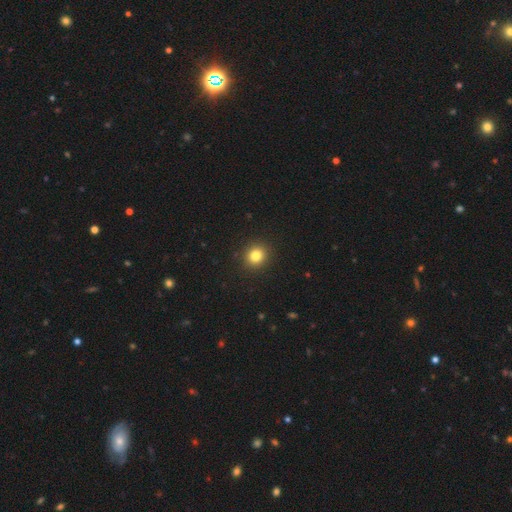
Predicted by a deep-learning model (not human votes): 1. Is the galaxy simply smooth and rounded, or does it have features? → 82% smooth, 12% star or artifact, 6% featured or disk.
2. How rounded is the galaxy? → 89% round, 11% in between, 1% cigar-shaped.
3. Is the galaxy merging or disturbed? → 92% none, 5% minor disturbance, 2% major disturbance, 1% merger.